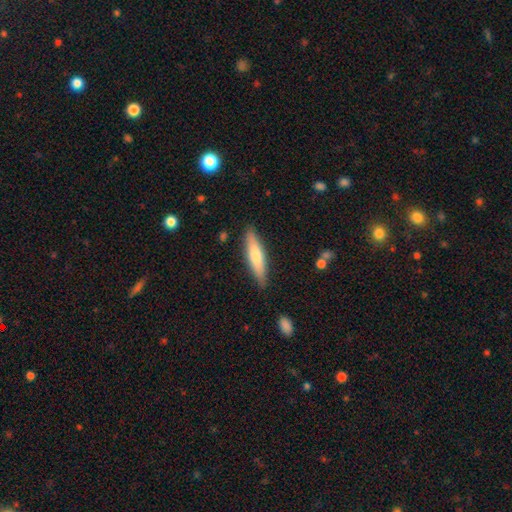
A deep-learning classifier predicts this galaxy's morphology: This is likely a smooth galaxy (65%). How rounded: likely cigar-shaped (77%). Merging: clearly none (86%).